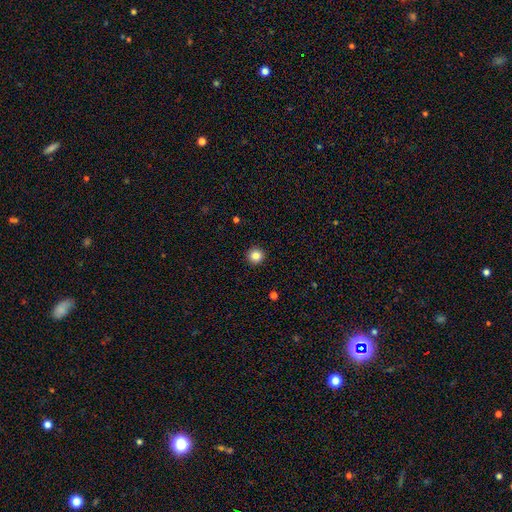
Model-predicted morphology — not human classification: Q: Smooth or featured?
A: smooth (85%); runner-up: star or artifact (11%)
Q: How rounded?
A: round (96%); runner-up: in between (3%)
Q: Merging?
A: none (93%); runner-up: minor disturbance (4%)